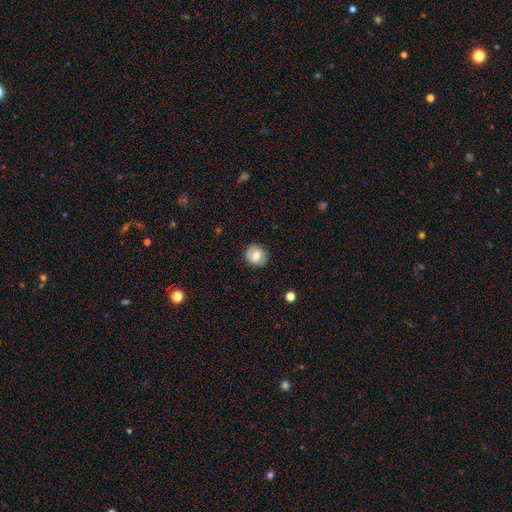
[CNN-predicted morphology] smooth 70%, featured or disk 22%, star or artifact 8%. Down the decision tree: how rounded — round (79%); merging — none (86%).